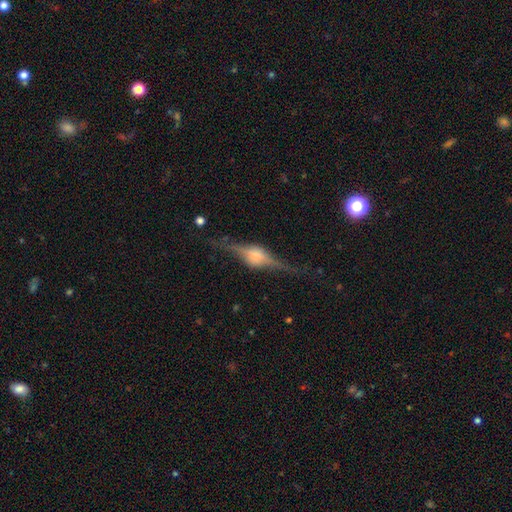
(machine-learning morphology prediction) Smooth or featured? featured or disk (84%)
Edge-on disk? yes (97%)
Edge-on bulge? rounded (84%)
Merging? none (80%)